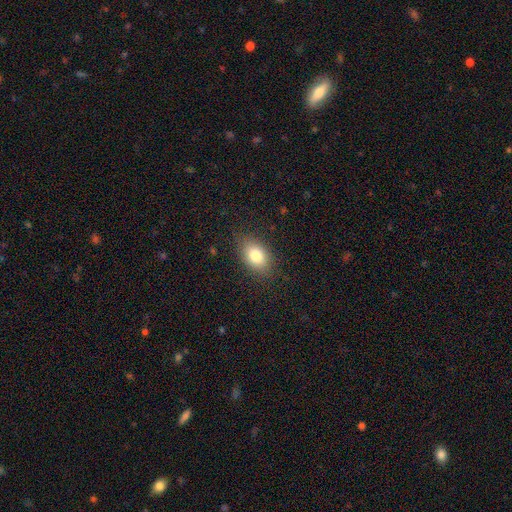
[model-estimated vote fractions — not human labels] Smooth or featured? smooth (81%)
How rounded? in between (83%)
Merging? none (84%)